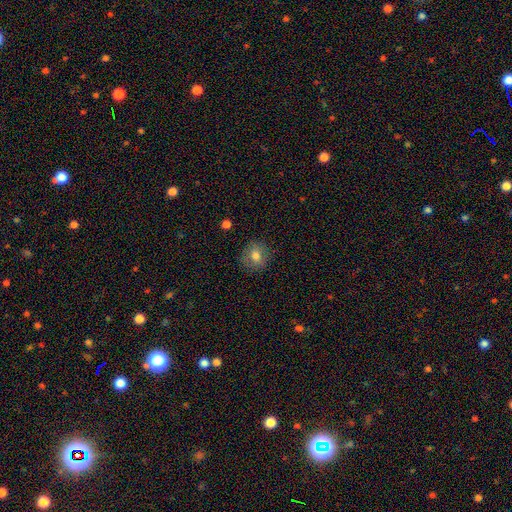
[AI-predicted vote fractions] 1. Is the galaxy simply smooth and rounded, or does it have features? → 75% smooth, 15% featured or disk, 10% star or artifact.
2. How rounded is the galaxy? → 83% round, 16% in between, 1% cigar-shaped.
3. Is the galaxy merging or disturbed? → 85% none, 11% minor disturbance, 3% major disturbance, 1% merger.